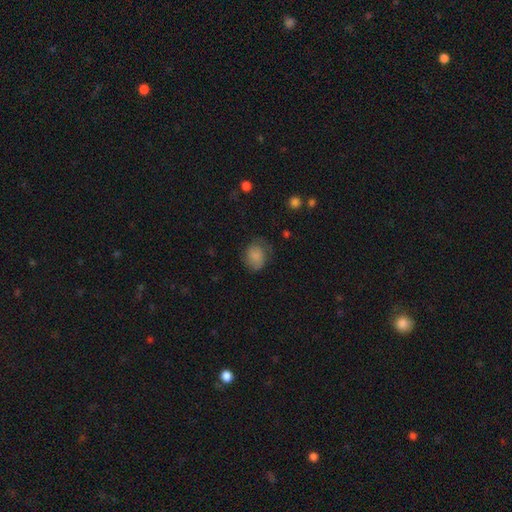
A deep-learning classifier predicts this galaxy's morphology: Smooth or featured? smooth (80%)
How rounded? round (54%)
Merging? none (55%)